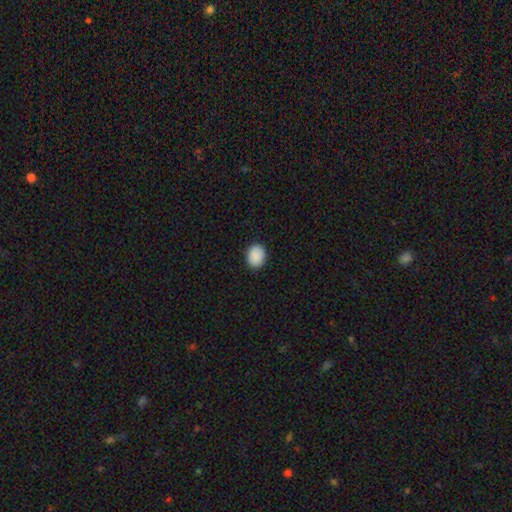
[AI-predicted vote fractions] Q: Smooth or featured?
A: smooth (90%); runner-up: star or artifact (8%)
Q: How rounded?
A: round (51%); runner-up: in between (48%)
Q: Merging?
A: none (90%); runner-up: minor disturbance (7%)